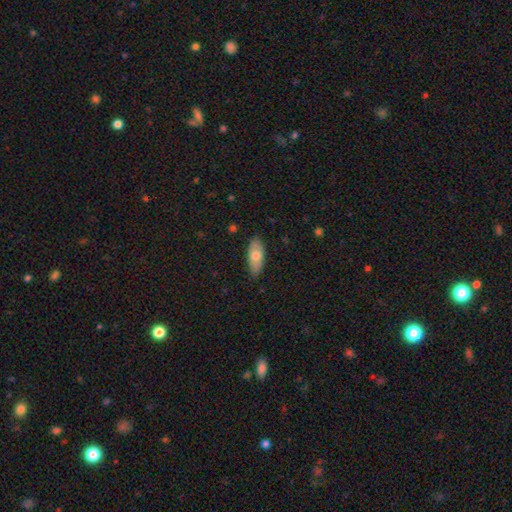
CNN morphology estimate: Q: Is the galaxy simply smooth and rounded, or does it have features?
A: smooth — 70%.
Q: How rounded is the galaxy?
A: in between — 84%.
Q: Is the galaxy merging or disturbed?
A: none — 81%.